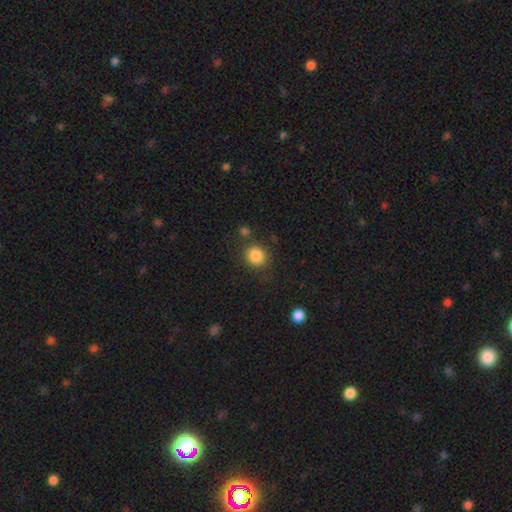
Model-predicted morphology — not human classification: A smooth galaxy with no disk features (86%) that is round (81%).

Vote fractions:
- Smooth or featured? smooth: 86% / star or artifact: 10% / featured or disk: 5%
- How rounded? round: 81% / in between: 18% / cigar-shaped: 1%
- Merging? none: 78% / minor disturbance: 12% / merger: 6% / major disturbance: 5%